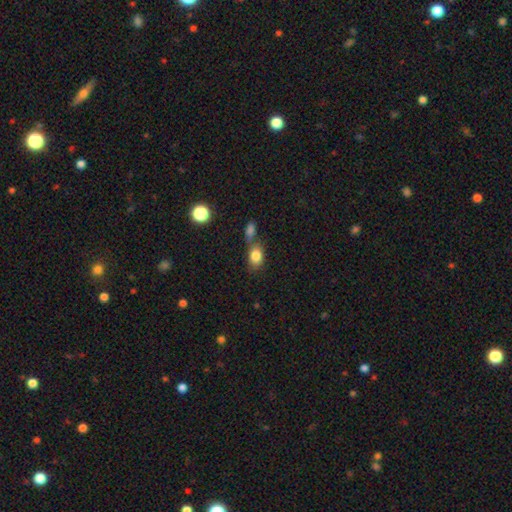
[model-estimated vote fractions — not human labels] Smooth or featured? Predicted: smooth (p=0.83). How rounded? Predicted: in between (p=0.73). Merging? Predicted: none (p=0.45).